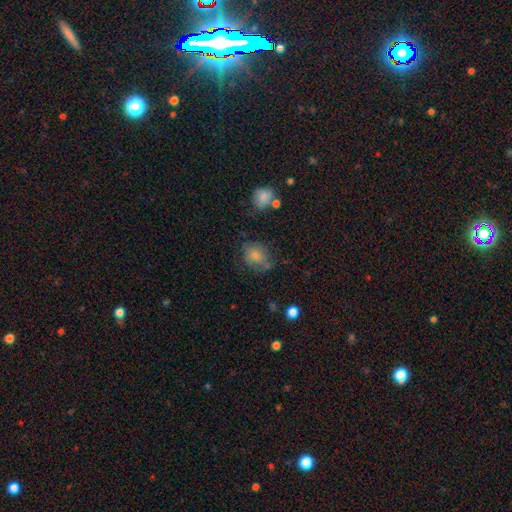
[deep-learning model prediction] Smooth or featured? smooth (75%)
How rounded? round (57%)
Merging? none (57%)